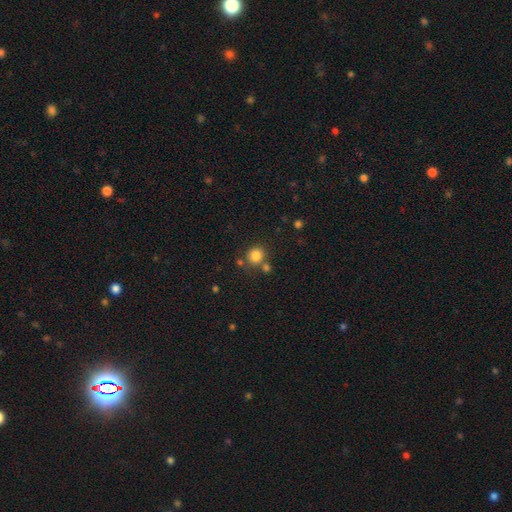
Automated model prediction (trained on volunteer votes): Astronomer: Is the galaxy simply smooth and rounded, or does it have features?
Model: smooth — 83%.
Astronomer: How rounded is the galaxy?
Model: round — 88%.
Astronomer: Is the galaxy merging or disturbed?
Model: none — 72%.